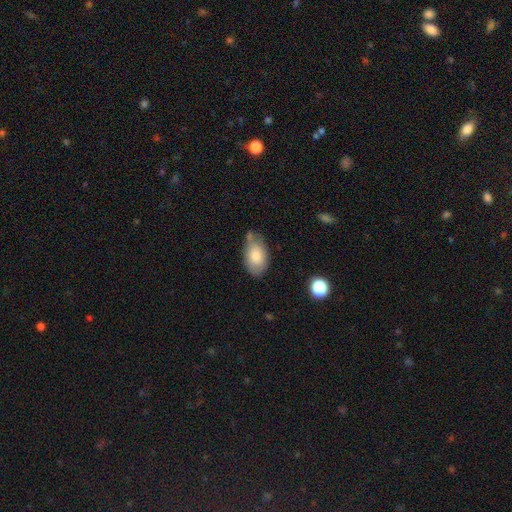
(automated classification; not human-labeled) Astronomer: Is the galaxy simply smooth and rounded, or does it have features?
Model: smooth — 76%.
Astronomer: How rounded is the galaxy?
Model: in between — 93%.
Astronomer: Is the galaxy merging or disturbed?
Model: none — 63%.